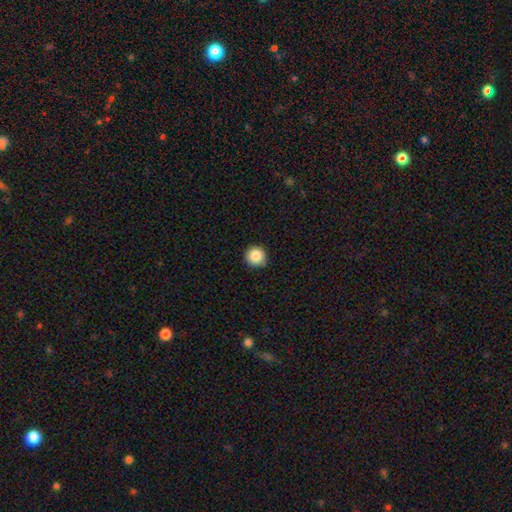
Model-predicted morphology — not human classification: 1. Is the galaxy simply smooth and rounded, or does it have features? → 86% smooth, 10% star or artifact, 4% featured or disk.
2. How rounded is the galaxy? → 95% round, 4% in between, 1% cigar-shaped.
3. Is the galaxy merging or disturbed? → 87% none, 10% minor disturbance, 2% major disturbance, 1% merger.